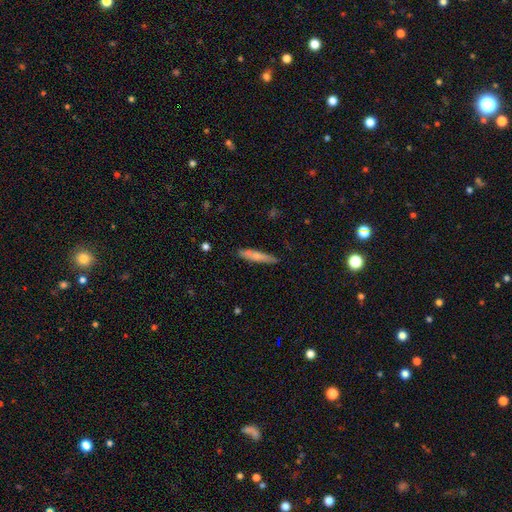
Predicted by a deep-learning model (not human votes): Smooth or featured: smooth — 70% (featured or disk — 24%)
How rounded: cigar-shaped — 91% (in between — 8%)
Merging: none — 85% (minor disturbance — 11%)